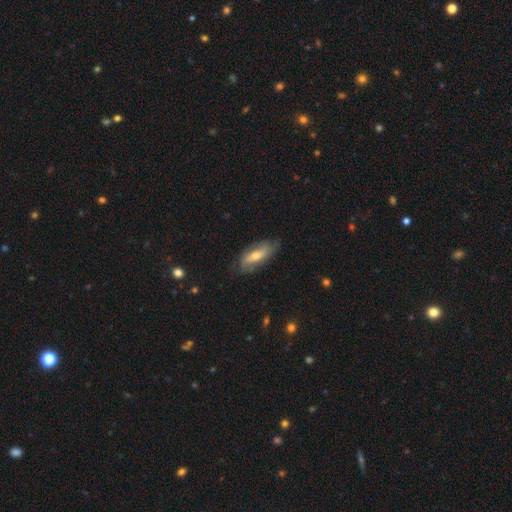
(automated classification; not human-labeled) A featured or disk galaxy (54%).

Vote fractions:
- Smooth or featured? featured or disk: 54% / smooth: 39% / star or artifact: 7%
- Edge-on disk? no: 75% / yes: 25%
- Merging? none: 73% / minor disturbance: 20% / major disturbance: 5% / merger: 1%